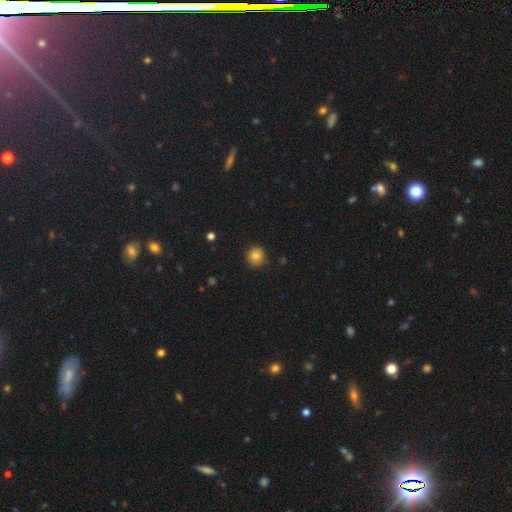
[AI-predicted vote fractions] Morphology: type=smooth (81%); roundness=round (91%); merging=none (88%).